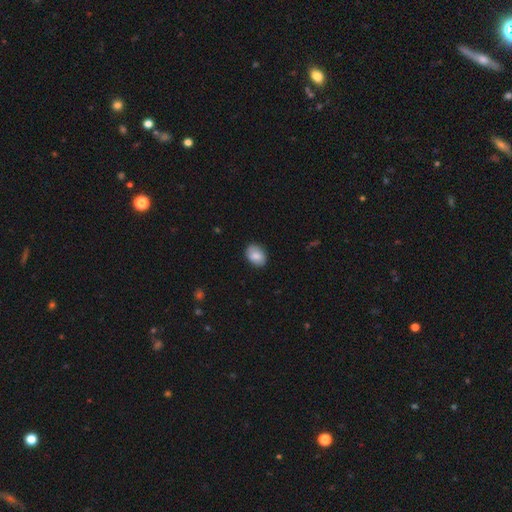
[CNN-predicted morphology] This appears to be a smooth galaxy with no disk features (80%) that is in between round and cigar-shaped (77%). Merging: none (85%).